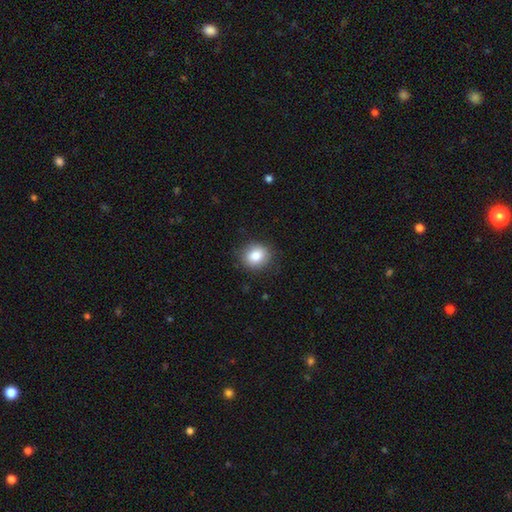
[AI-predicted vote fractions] Overall: smooth (83%). How rounded: round (77%). Merging: none (87%).